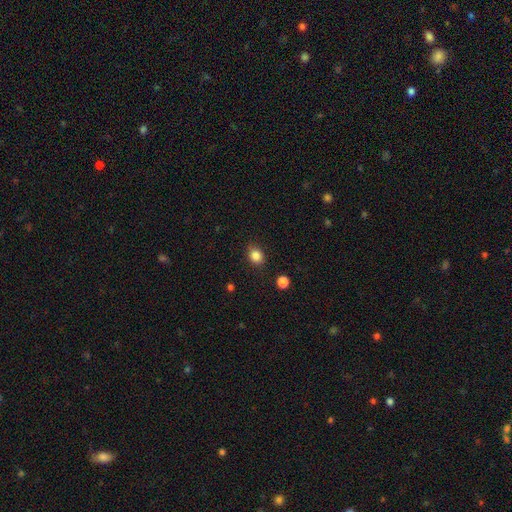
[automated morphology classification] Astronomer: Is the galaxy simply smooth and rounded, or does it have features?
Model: smooth — 84%.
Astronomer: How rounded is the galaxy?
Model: round — 53% (runner-up: in between, 46%).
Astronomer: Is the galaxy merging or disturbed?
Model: none — 85%.